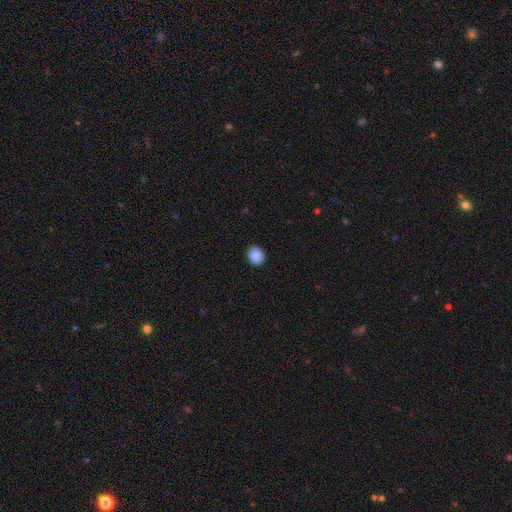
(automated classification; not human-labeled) Morphology: type=smooth (90%); roundness=round (59%); merging=none (90%).